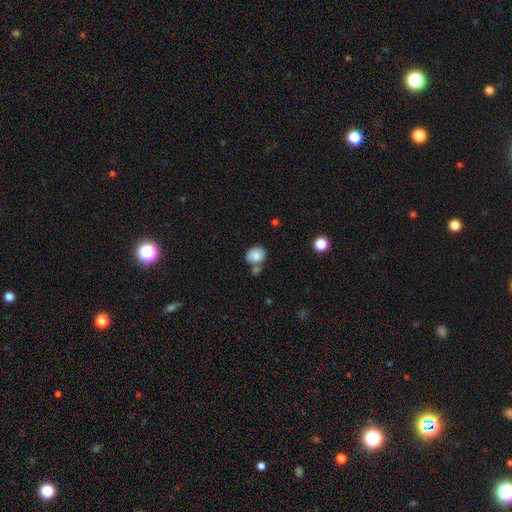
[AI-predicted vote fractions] Smooth or featured: smooth — 83% (featured or disk — 9%)
How rounded: round — 67% (in between — 32%)
Merging: none — 53% (merger — 26%)